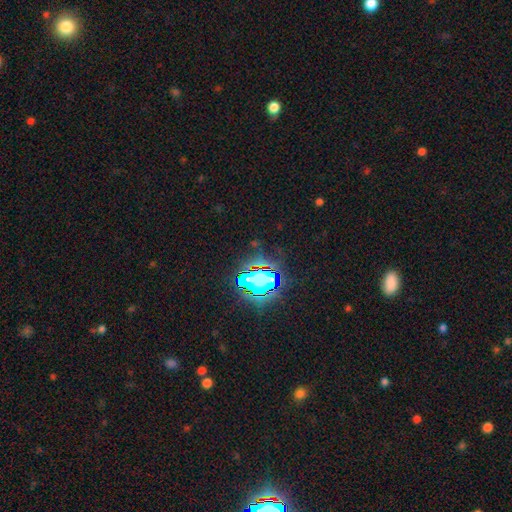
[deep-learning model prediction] Q: Smooth or featured?
A: star or artifact (78%); runner-up: smooth (13%)